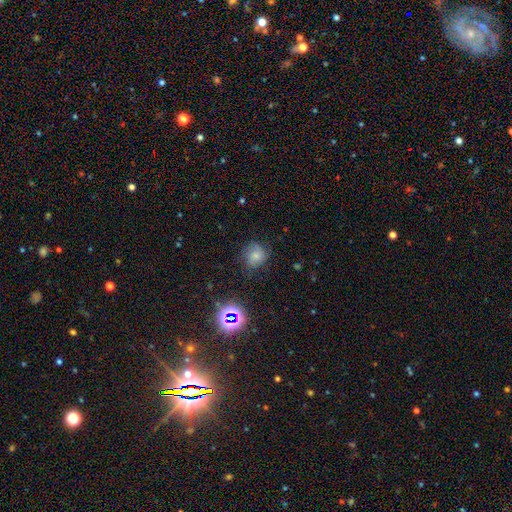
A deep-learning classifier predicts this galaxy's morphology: Smooth or featured? Predicted: smooth (p=0.54). How rounded? Predicted: round (p=0.77). Merging? Predicted: none (p=0.66).